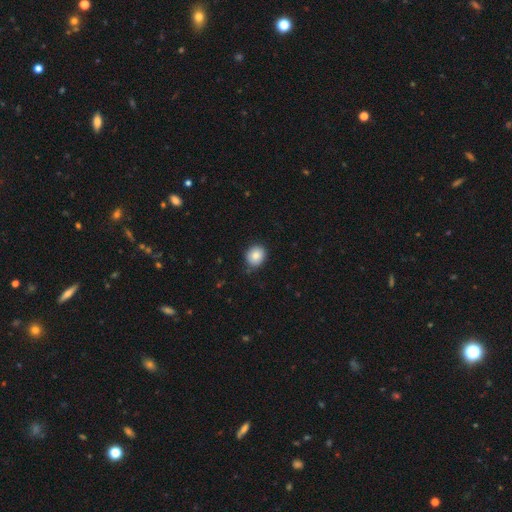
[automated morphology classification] smooth 85%, star or artifact 9%, featured or disk 6%. Down the decision tree: how rounded — round (76%); merging — none (82%).